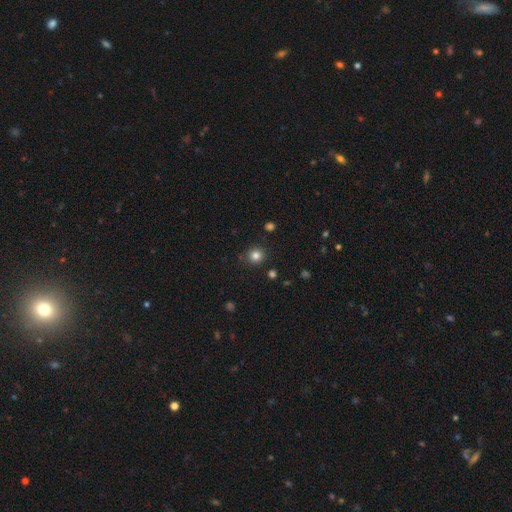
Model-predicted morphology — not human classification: Overall: smooth (82%). How rounded: round (91%). Merging: none (88%).